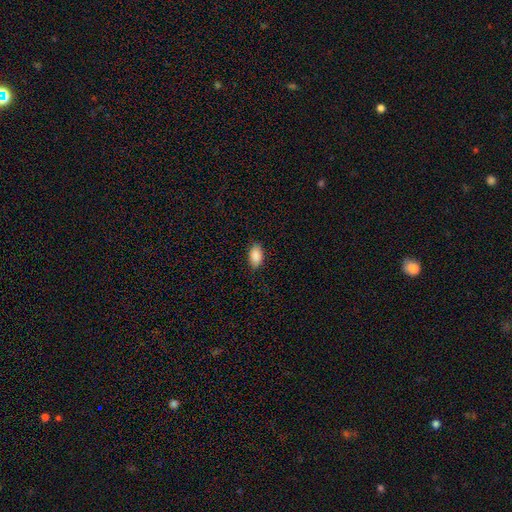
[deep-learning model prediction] Q: Smooth or featured?
A: smooth (90%); runner-up: star or artifact (7%)
Q: How rounded?
A: in between (92%); runner-up: round (6%)
Q: Merging?
A: none (84%); runner-up: minor disturbance (12%)